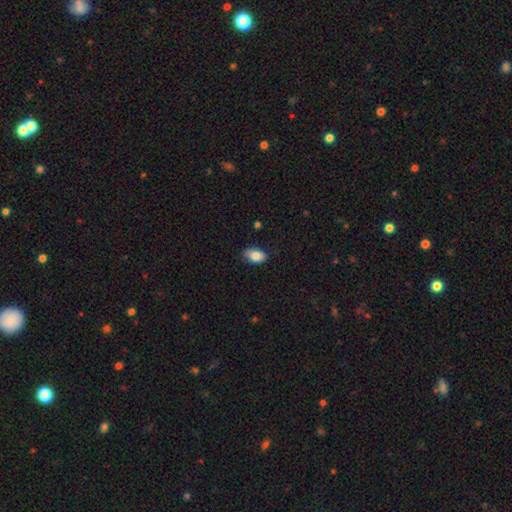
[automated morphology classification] A smooth galaxy with no disk features (84%) that is in between round and cigar-shaped (92%). Merging: none (80%).